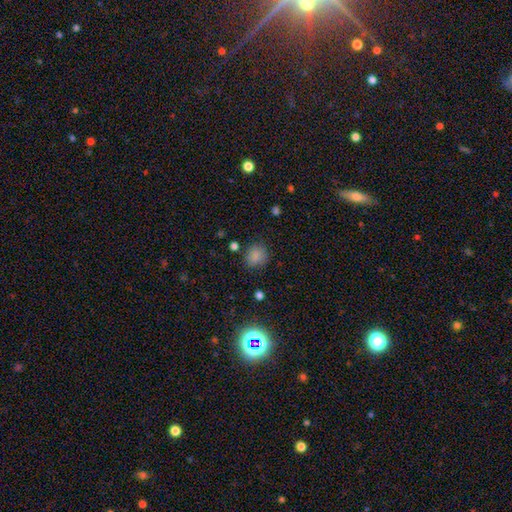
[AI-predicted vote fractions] smooth-or-featured: smooth: 81% | star or artifact: 13% | featured or disk: 6%
  how-rounded: round: 75% | in between: 24% | cigar-shaped: 1%
  merging: none: 79% | minor disturbance: 15% | major disturbance: 4% | merger: 2%